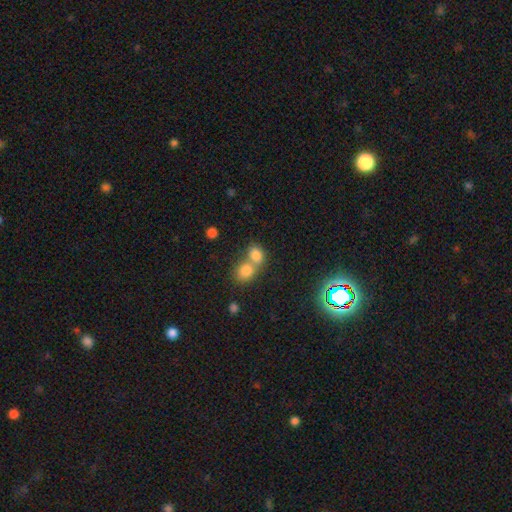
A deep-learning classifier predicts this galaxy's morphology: This appears to be a smooth galaxy with no disk features (79%) that is round (50%). Merging: merger (62%).